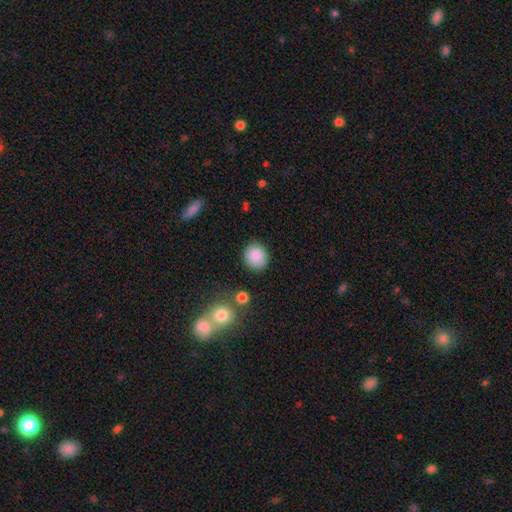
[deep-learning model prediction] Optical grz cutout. It shows a smooth galaxy with no disk features (87%) that is round (80%). Merging: none (84%).